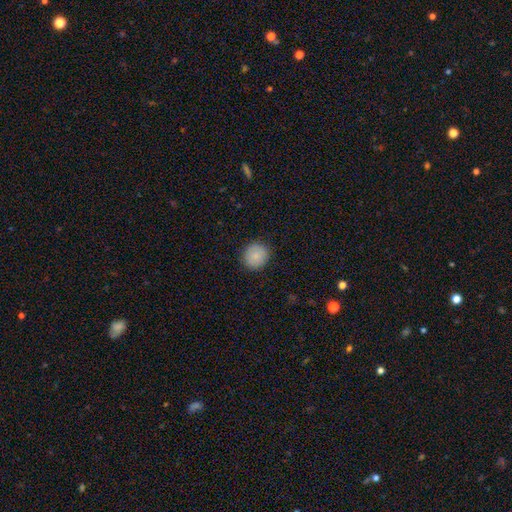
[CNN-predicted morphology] type=smooth (86%); roundness=round (91%); merging=none (89%).